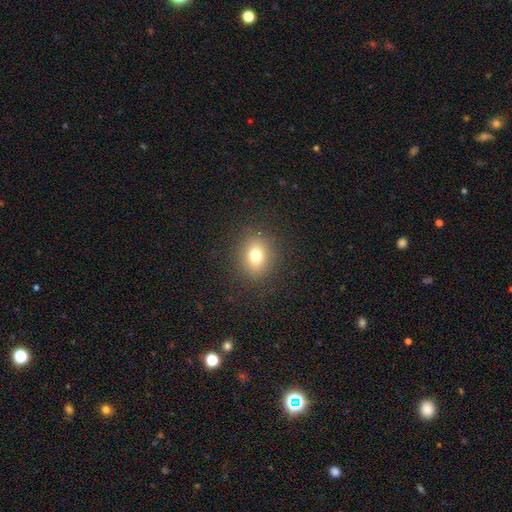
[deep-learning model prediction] Smooth or featured: smooth — 76% (star or artifact — 13%)
How rounded: round — 57% (in between — 42%)
Merging: none — 88% (minor disturbance — 8%)